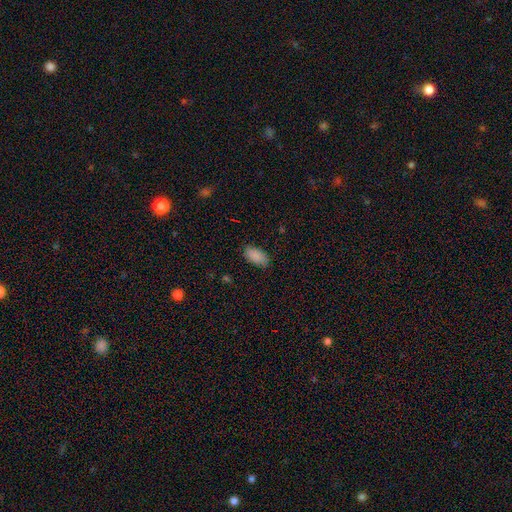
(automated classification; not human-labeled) The model was most divided on "merging": none: 82%, minor disturbance: 14%, major disturbance: 3%, merger: 1%. More confident: how rounded — in between (94%); smooth or featured — smooth (89%).